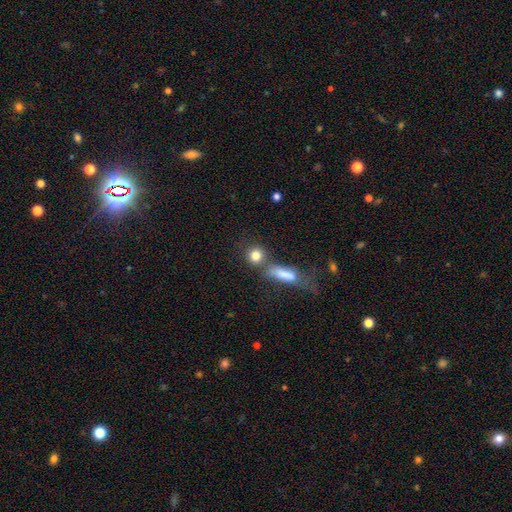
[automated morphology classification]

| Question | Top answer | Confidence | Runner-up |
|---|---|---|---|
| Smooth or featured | smooth | 82% | star or artifact (10%) |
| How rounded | round | 79% | in between (16%) |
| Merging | none | 58% | merger (27%) |